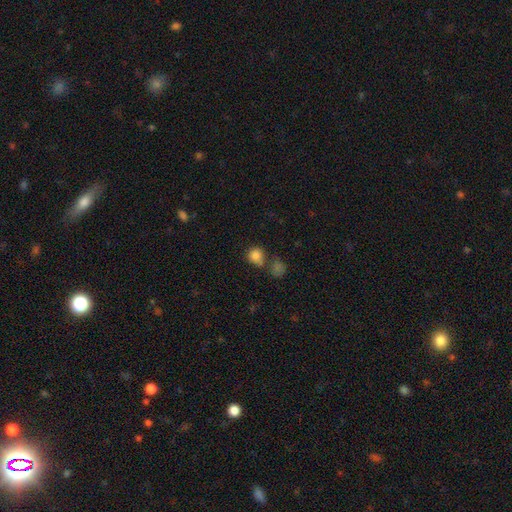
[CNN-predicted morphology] type=smooth (82%); roundness=round (86%); merging=none (56%).